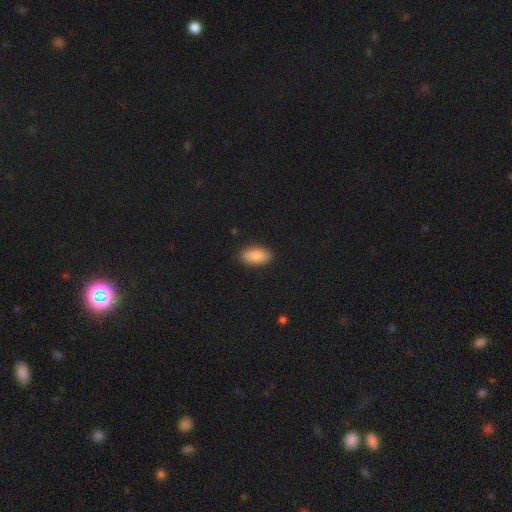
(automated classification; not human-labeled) A smooth galaxy with no disk features (89%) that is in between round and cigar-shaped (92%). Merging: none (88%).